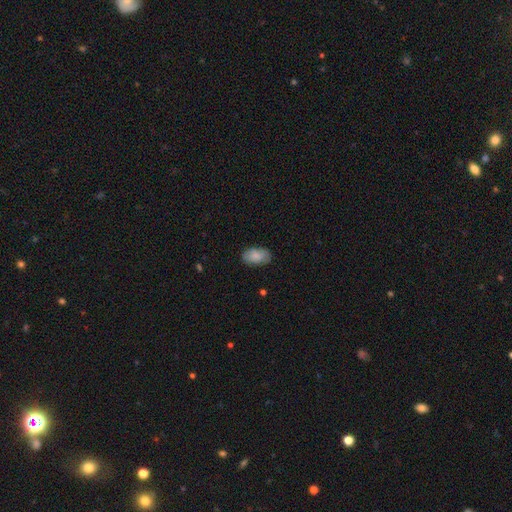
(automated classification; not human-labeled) Overall: smooth (83%). How rounded: in between (93%). Merging: none (80%).